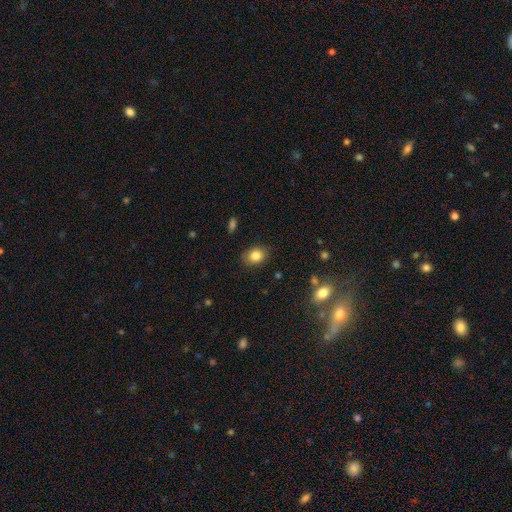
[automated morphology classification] The model was most divided on "how rounded": in between: 57%, round: 42%, cigar-shaped: 1%. More confident: smooth or featured — smooth (84%); merging — none (82%).